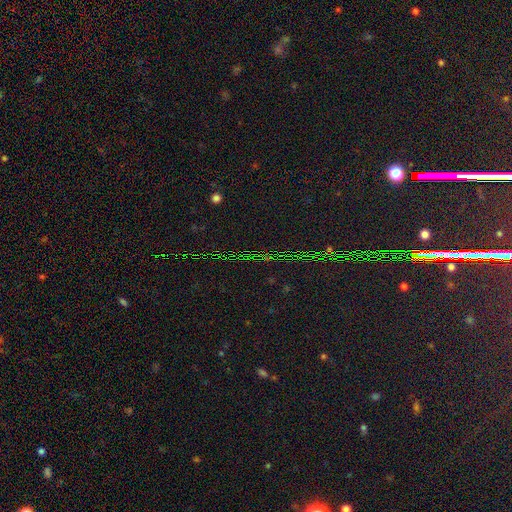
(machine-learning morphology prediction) type=star or artifact (87%).